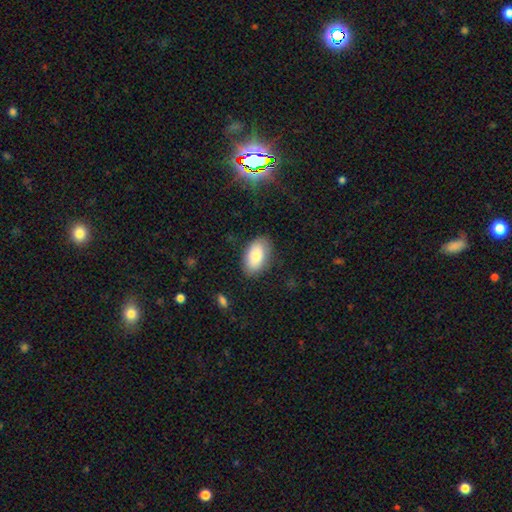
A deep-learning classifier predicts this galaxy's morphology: The model was most divided on "smooth or featured": smooth: 81%, featured or disk: 12%, star or artifact: 7%. More confident: how rounded — in between (94%); merging — none (82%).